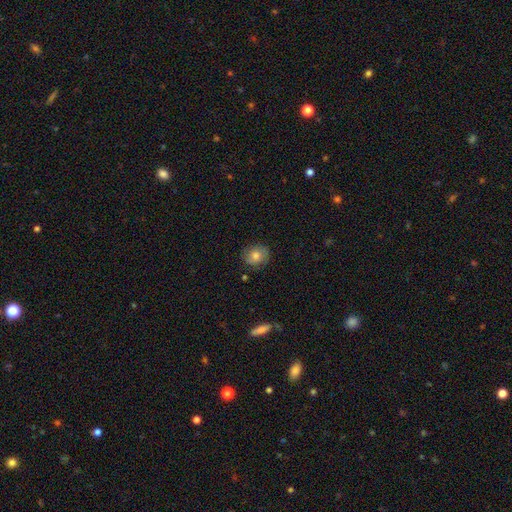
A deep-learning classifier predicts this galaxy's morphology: smooth-or-featured: smooth: 69% | featured or disk: 22% | star or artifact: 9%
  how-rounded: round: 74% | in between: 25% | cigar-shaped: 1%
  merging: none: 80% | minor disturbance: 15% | major disturbance: 4% | merger: 1%